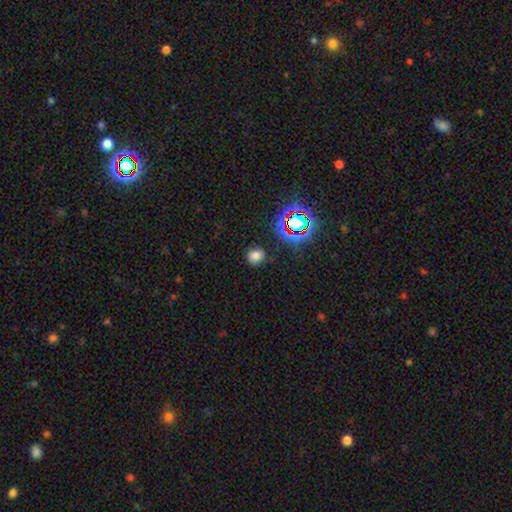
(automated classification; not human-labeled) A smooth galaxy with no disk features (71%) that is round (64%).

Vote fractions:
- Smooth or featured? smooth: 71% / star or artifact: 22% / featured or disk: 7%
- How rounded? round: 64% / in between: 35% / cigar-shaped: 1%
- Merging? none: 84% / minor disturbance: 11% / major disturbance: 3% / merger: 2%